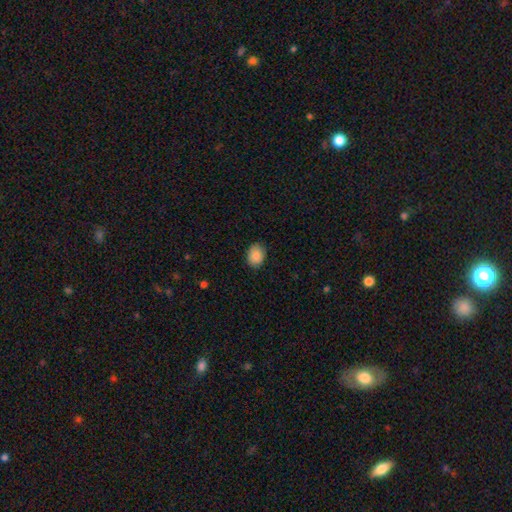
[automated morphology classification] This is clearly a smooth galaxy (89%). How rounded: likely in between (61%). Merging: clearly none (84%).